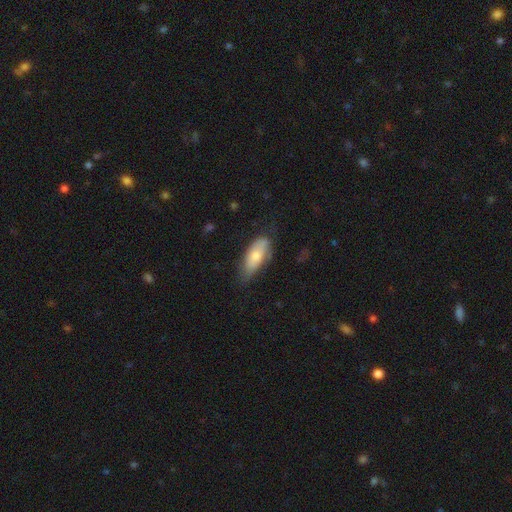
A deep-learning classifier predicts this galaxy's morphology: smooth_or_featured: smooth (p=0.71) [alt: featured or disk p=0.23]
how_rounded: in between (p=0.82) [alt: cigar-shaped p=0.15]
merging: none (p=0.56) [alt: minor disturbance p=0.33]